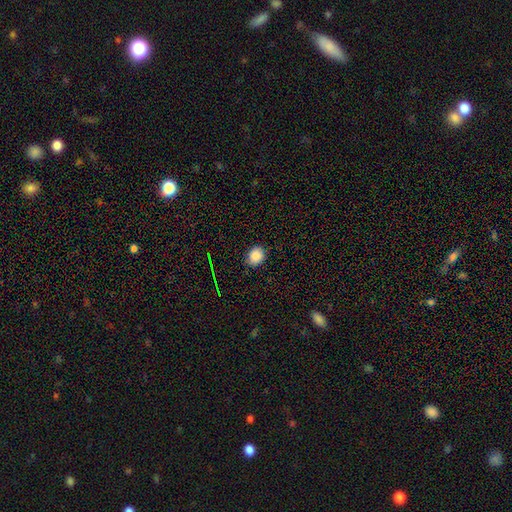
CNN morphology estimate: A smooth galaxy with no disk features (84%) that is round (54%).

Vote fractions:
- Smooth or featured? smooth: 84% / star or artifact: 11% / featured or disk: 5%
- How rounded? round: 54% / in between: 45% / cigar-shaped: 1%
- Merging? none: 86% / minor disturbance: 10% / major disturbance: 2% / merger: 1%